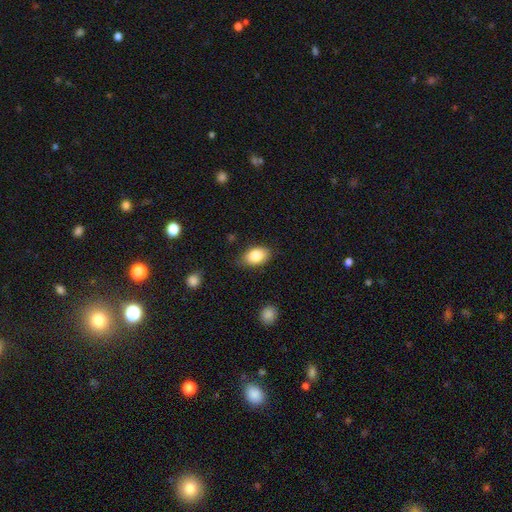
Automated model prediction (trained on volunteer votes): Smooth or featured: smooth — 85% (featured or disk — 8%)
How rounded: in between — 89% (round — 10%)
Merging: none — 80% (minor disturbance — 15%)